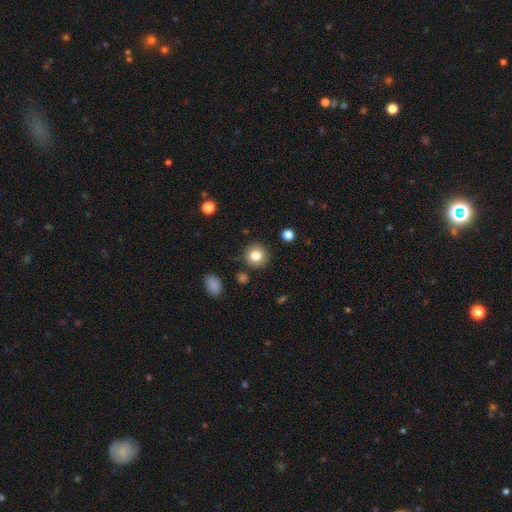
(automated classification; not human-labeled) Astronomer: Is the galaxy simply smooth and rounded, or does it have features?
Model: smooth — 82%.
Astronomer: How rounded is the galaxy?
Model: round — 91%.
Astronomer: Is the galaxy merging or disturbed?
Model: none — 88%.